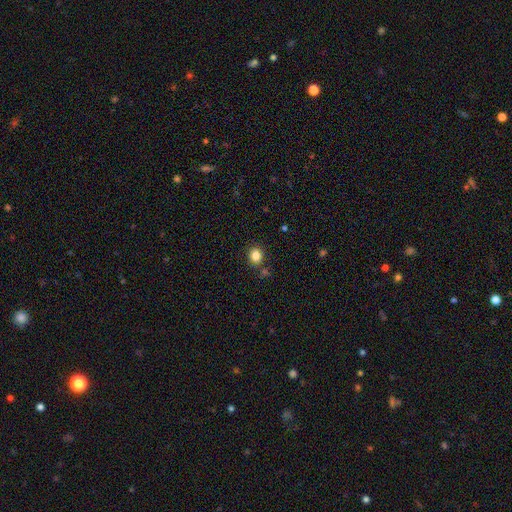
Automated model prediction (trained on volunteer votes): smooth 84%, star or artifact 11%, featured or disk 5%. Down the decision tree: how rounded — round (69%); merging — none (84%).